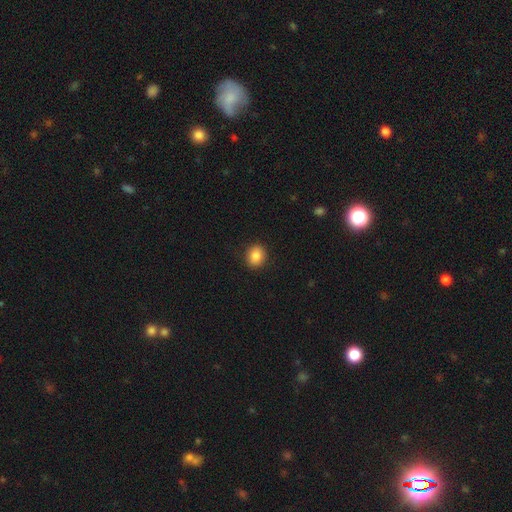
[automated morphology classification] This appears to be a smooth galaxy with no disk features (86%) that is round (70%). Merging: none (90%).